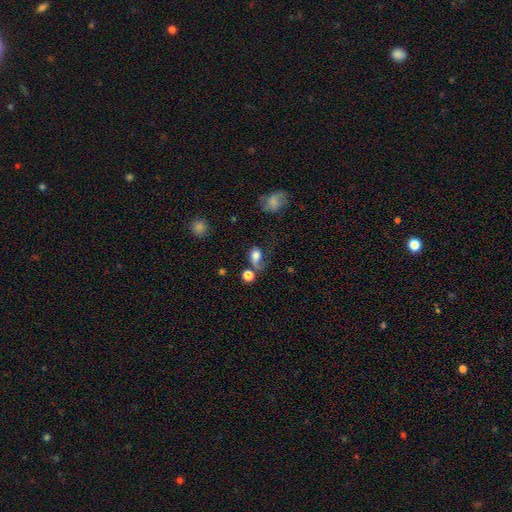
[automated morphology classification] type=smooth (62%); roundness=in between (62%); merging=major disturbance (34%).